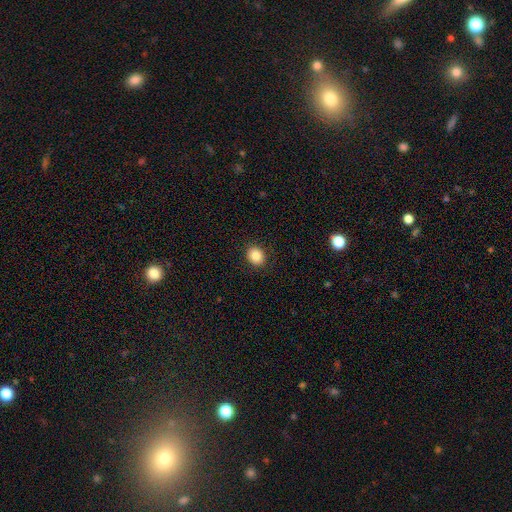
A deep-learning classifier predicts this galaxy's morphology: Q: Smooth or featured?
A: smooth (85%); runner-up: star or artifact (9%)
Q: How rounded?
A: round (60%); runner-up: in between (40%)
Q: Merging?
A: none (90%); runner-up: minor disturbance (7%)